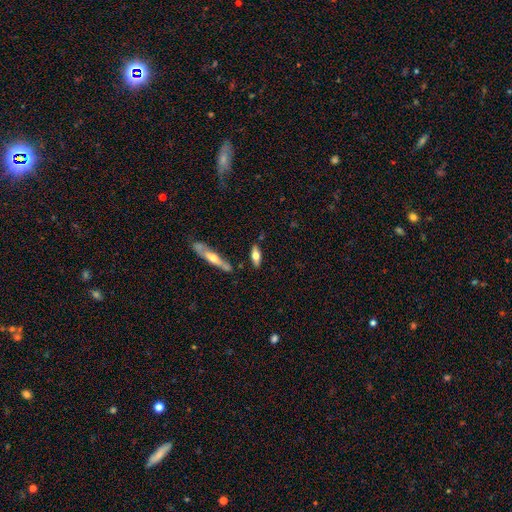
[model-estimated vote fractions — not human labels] This is possibly a smooth galaxy (53%). How rounded: possibly in between (56%). Merging: likely none (78%).